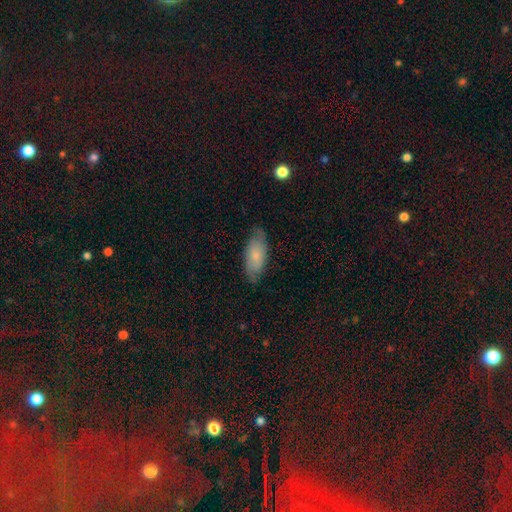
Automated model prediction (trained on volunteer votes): A smooth galaxy with no disk features (68%) that is in between round and cigar-shaped (83%). Merging: none (74%).